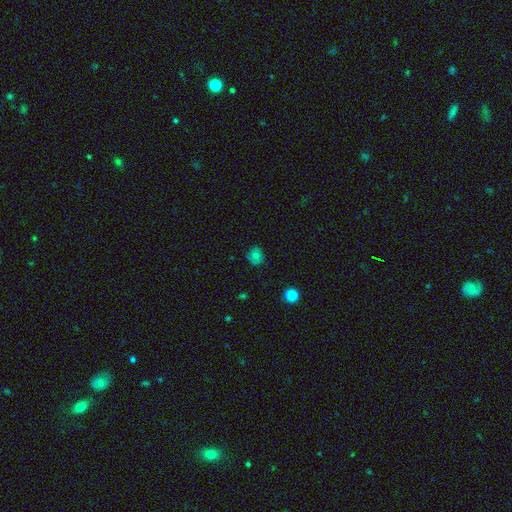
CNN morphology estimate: smooth_or_featured: smooth (p=0.67) [alt: featured or disk p=0.20]
how_rounded: round (p=0.81) [alt: in between p=0.18]
merging: none (p=0.78) [alt: minor disturbance p=0.17]